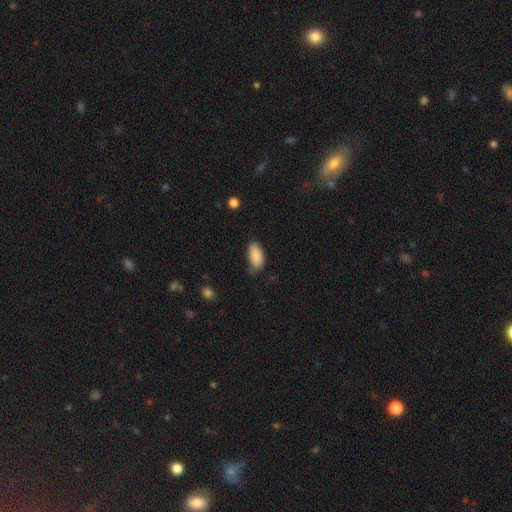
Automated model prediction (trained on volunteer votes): Q: Smooth or featured?
A: smooth (88%); runner-up: star or artifact (7%)
Q: How rounded?
A: in between (93%); runner-up: cigar-shaped (4%)
Q: Merging?
A: none (58%); runner-up: minor disturbance (32%)